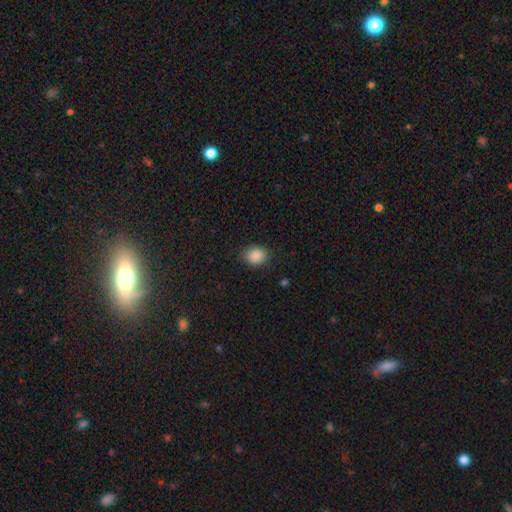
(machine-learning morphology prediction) smooth 88%, star or artifact 9%, featured or disk 3%. Down the decision tree: how rounded — round (67%); merging — none (87%).